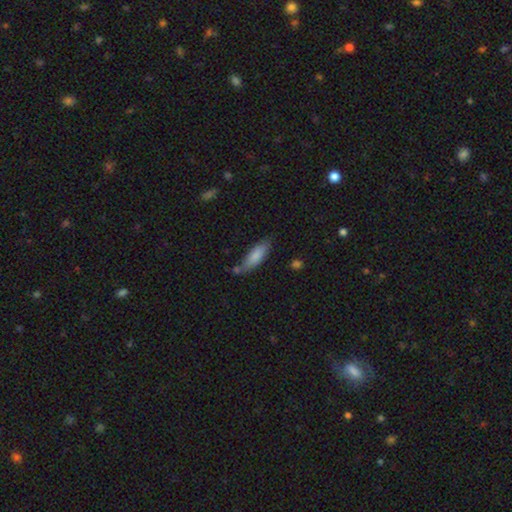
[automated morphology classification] Smooth or featured?
  - smooth: 81% *
  - featured or disk: 12%
  - star or artifact: 6%
How rounded?
  - in between: 55% *
  - cigar-shaped: 43%
  - round: 2%
Merging?
  - none: 61% *
  - minor disturbance: 24%
  - merger: 10%
  - major disturbance: 6%